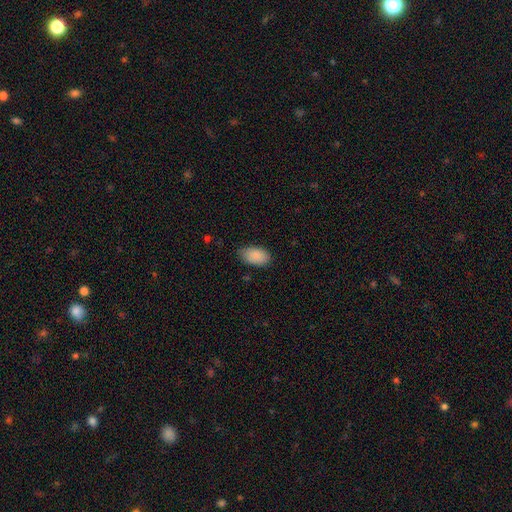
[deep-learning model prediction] This is clearly a smooth galaxy (89%). How rounded: clearly in between (94%). Merging: likely none (76%).